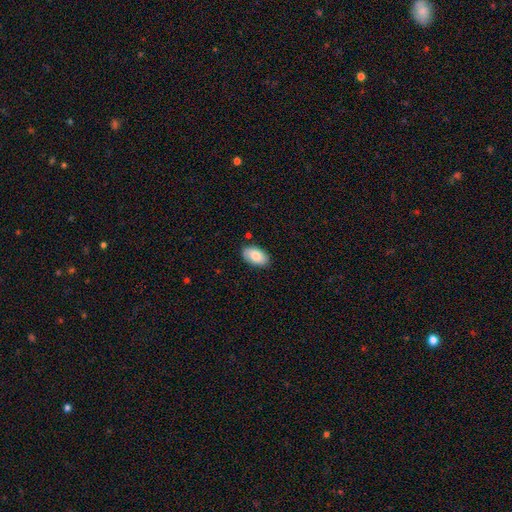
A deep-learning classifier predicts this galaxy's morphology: Smooth or featured: smooth — 83% (featured or disk — 10%)
How rounded: in between — 94% (round — 5%)
Merging: none — 85% (minor disturbance — 12%)